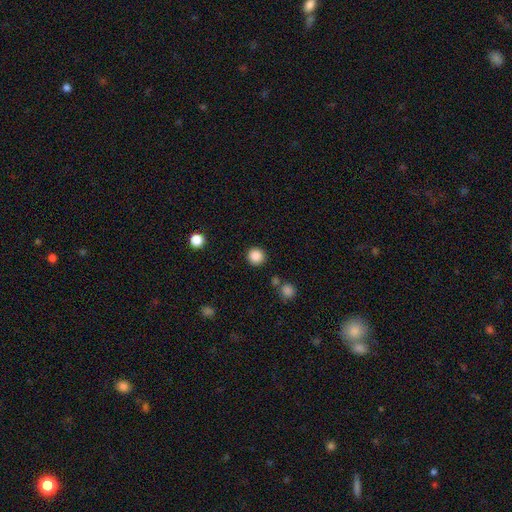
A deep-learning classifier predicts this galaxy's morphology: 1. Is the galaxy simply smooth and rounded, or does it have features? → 86% smooth, 11% star or artifact, 3% featured or disk.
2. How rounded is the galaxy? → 95% round, 4% in between, 1% cigar-shaped.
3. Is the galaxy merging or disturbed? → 88% none, 6% minor disturbance, 3% merger, 3% major disturbance.